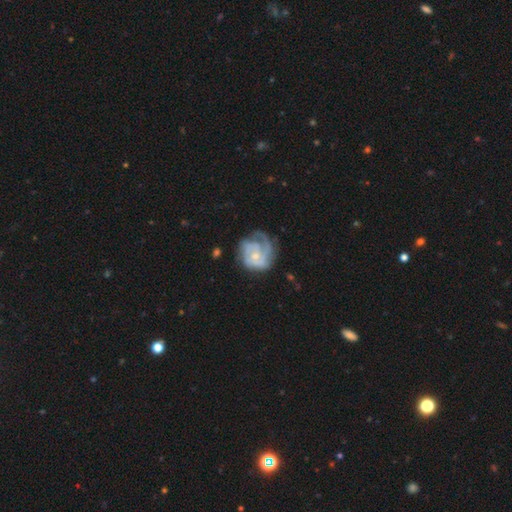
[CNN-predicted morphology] Overall: featured or disk (77%). Edge-on disk: no (98%). Bar: no (76%). Spiral arms: yes (89%). Spiral arm count: can't tell (30%; 2 24%). Spiral winding: tight (53%; medium 33%). Bulge size: small (58%; moderate 34%). Merging: none (52%; minor disturbance 24%).